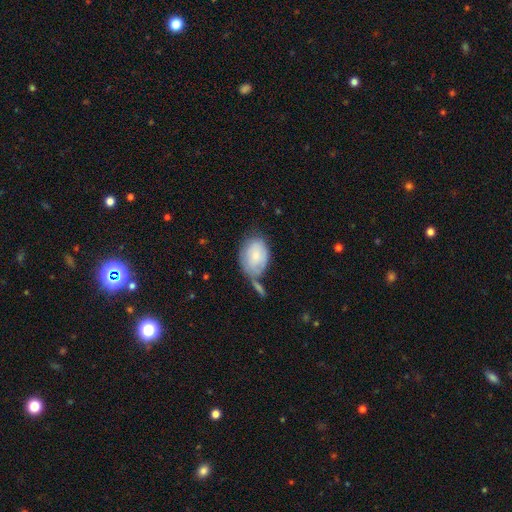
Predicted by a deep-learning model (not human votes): smooth 73%, featured or disk 21%, star or artifact 6%. Down the decision tree: how rounded — in between (82%); merging — none (44%).